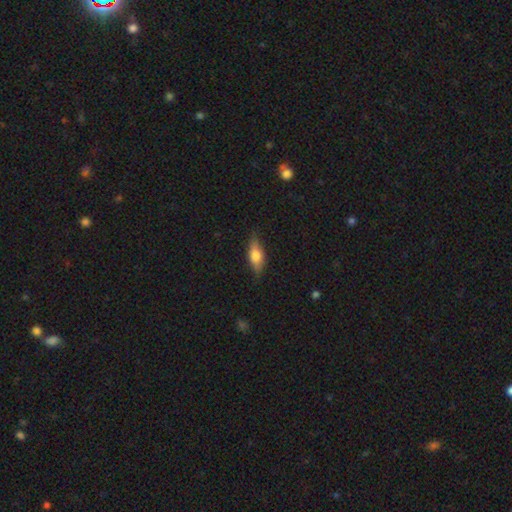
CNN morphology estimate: Overall: smooth (63%; featured or disk 30%). How rounded: in between (71%). Merging: none (78%).